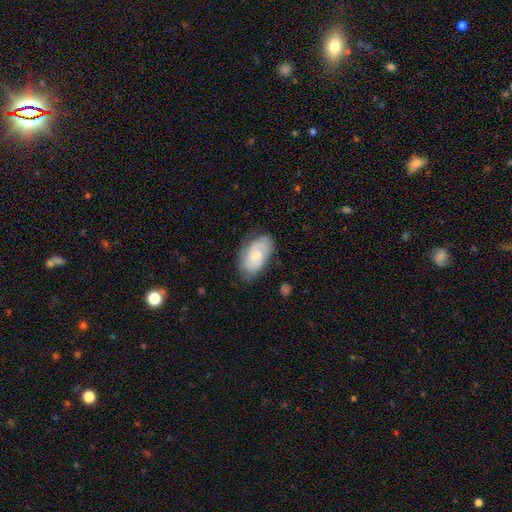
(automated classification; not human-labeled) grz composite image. It shows a featured or disk galaxy (47%). Merging: none (71%).